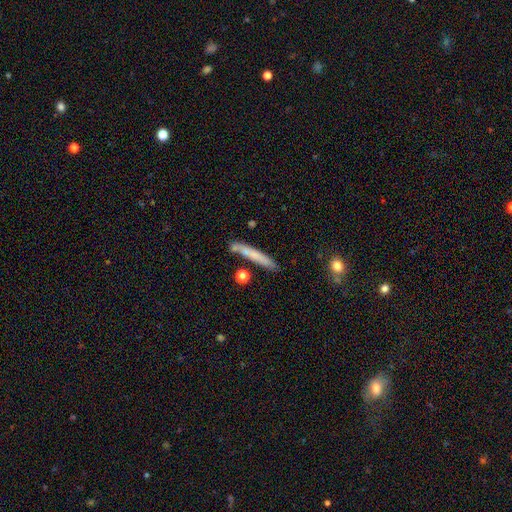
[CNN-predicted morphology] Smooth or featured: smooth — 66% (featured or disk — 27%)
How rounded: cigar-shaped — 94% (in between — 4%)
Merging: none — 75% (minor disturbance — 15%)